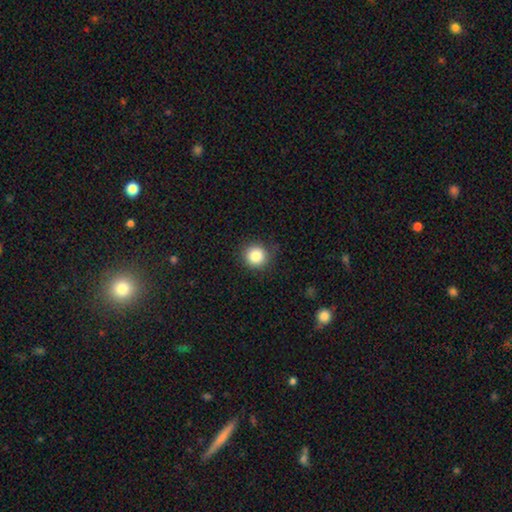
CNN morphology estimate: Q: Smooth or featured?
A: smooth (85%); runner-up: star or artifact (10%)
Q: How rounded?
A: round (93%); runner-up: in between (6%)
Q: Merging?
A: none (86%); runner-up: minor disturbance (10%)